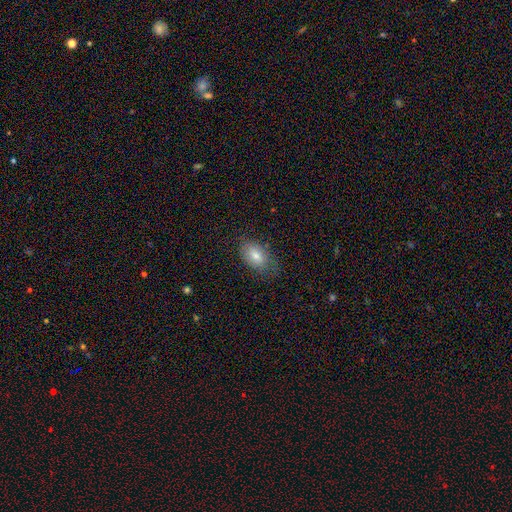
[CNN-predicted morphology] smooth-or-featured: smooth: 73% | featured or disk: 18% | star or artifact: 9%
  how-rounded: in between: 89% | round: 9% | cigar-shaped: 2%
  merging: none: 68% | minor disturbance: 24% | major disturbance: 7% | merger: 1%